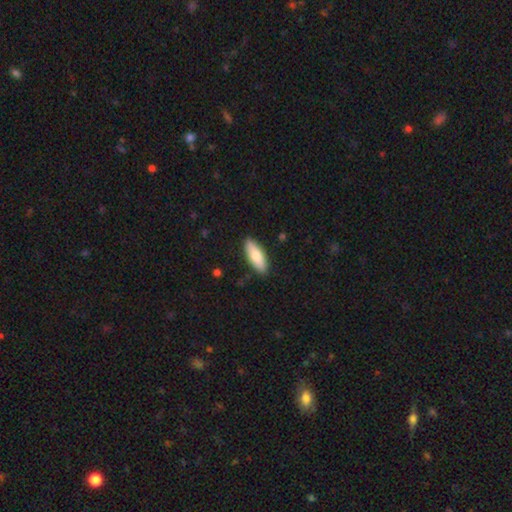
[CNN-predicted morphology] Smooth or featured? Predicted: smooth (p=0.74). How rounded? Predicted: in between (p=0.65). Merging? Predicted: none (p=0.89).